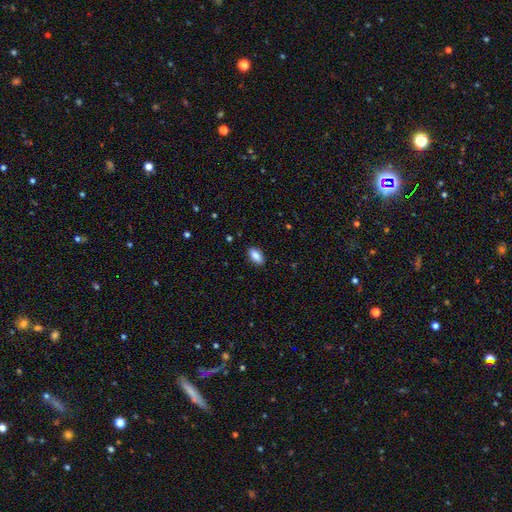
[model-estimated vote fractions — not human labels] Morphology: type=smooth (86%); roundness=in between (91%); merging=none (88%).